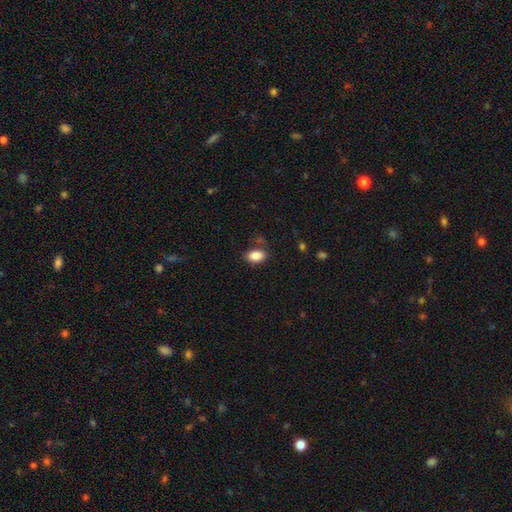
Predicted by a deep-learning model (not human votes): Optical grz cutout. It shows a smooth galaxy with no disk features (88%) that is in between round and cigar-shaped (87%). Merging: none (77%).